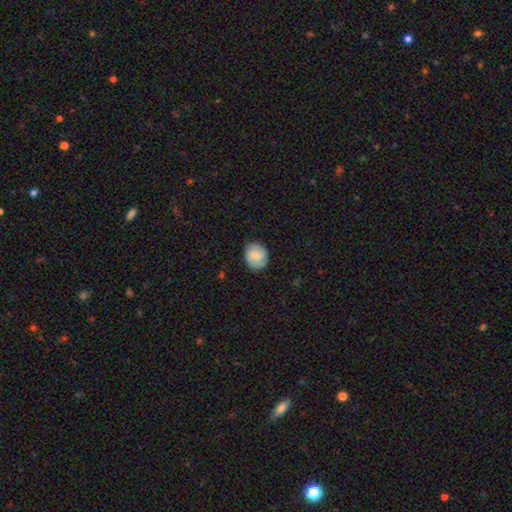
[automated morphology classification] Smooth or featured? smooth (64%)
How rounded? round (66%)
Merging? none (84%)